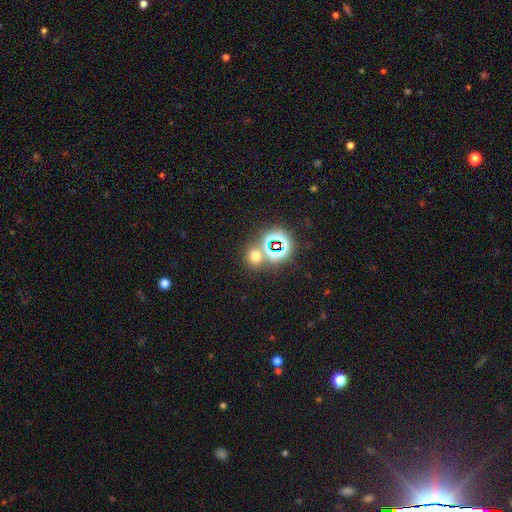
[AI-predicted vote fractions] smooth-or-featured: smooth: 55% | star or artifact: 37% | featured or disk: 7%
  how-rounded: round: 81% | in between: 18% | cigar-shaped: 1%
  merging: none: 68% | merger: 22% | minor disturbance: 7% | major disturbance: 4%